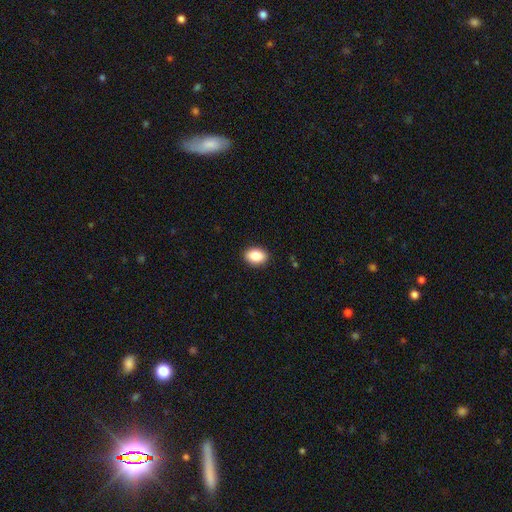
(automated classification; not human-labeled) This appears to be a smooth galaxy with no disk features (88%) that is in between round and cigar-shaped (79%). Merging: none (90%).